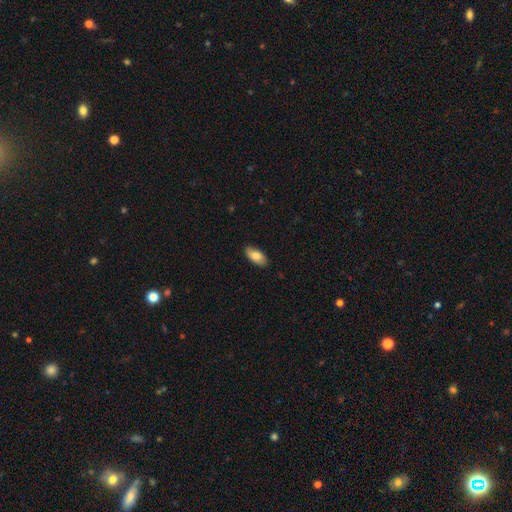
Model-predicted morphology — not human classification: type=smooth (80%); roundness=in between (92%); merging=none (87%).